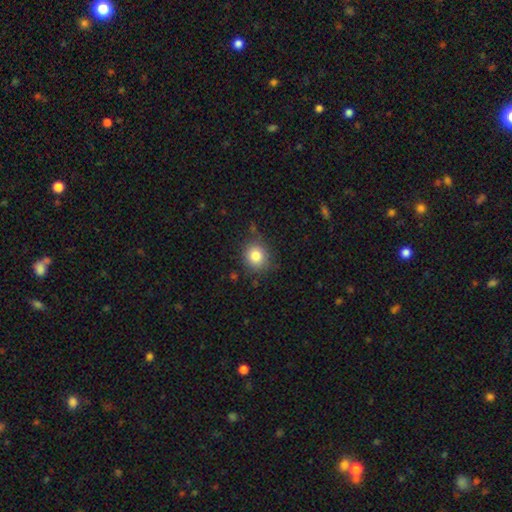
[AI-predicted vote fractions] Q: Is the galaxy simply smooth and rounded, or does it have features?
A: smooth — 82%.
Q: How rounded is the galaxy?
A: round — 81%.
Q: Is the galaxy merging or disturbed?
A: none — 82%.